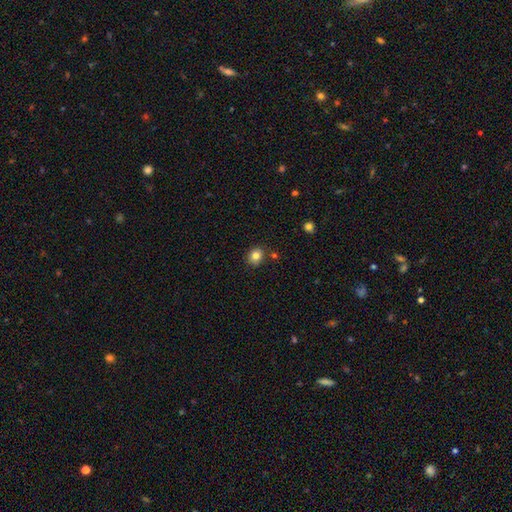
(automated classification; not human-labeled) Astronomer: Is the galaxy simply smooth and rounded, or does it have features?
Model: smooth — 82%.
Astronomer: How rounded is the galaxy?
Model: round — 70%.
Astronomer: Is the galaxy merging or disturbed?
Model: none — 81%.